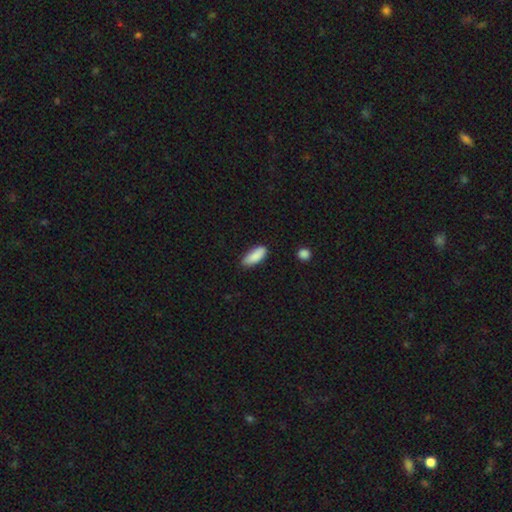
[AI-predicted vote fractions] Smooth or featured: smooth — 88% (star or artifact — 7%)
How rounded: in between — 77% (cigar-shaped — 22%)
Merging: none — 78% (minor disturbance — 18%)